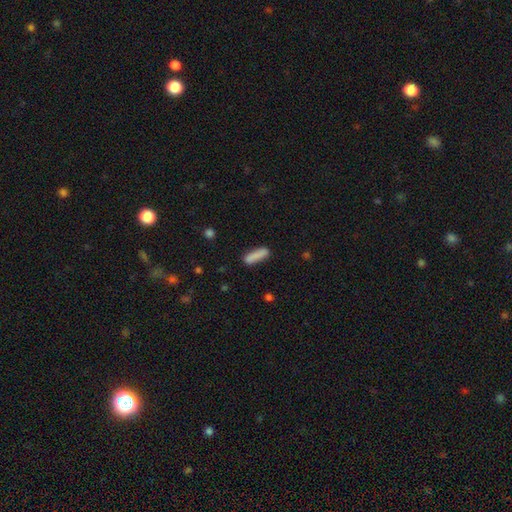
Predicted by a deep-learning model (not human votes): A smooth galaxy with no disk features (86%) that is cigar-shaped (68%). Merging: none (78%).